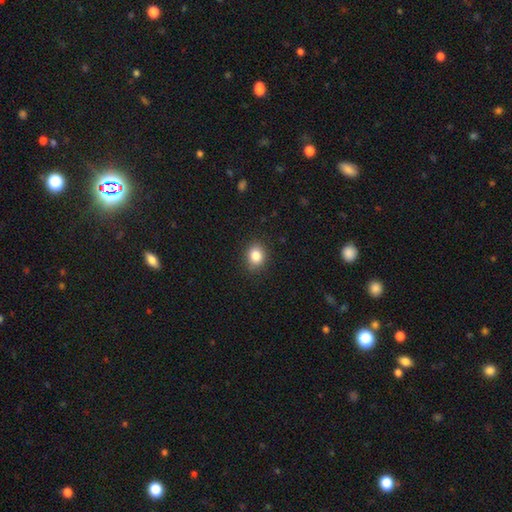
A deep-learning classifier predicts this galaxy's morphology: A smooth galaxy with no disk features (84%) that is round (59%). Merging: none (87%).